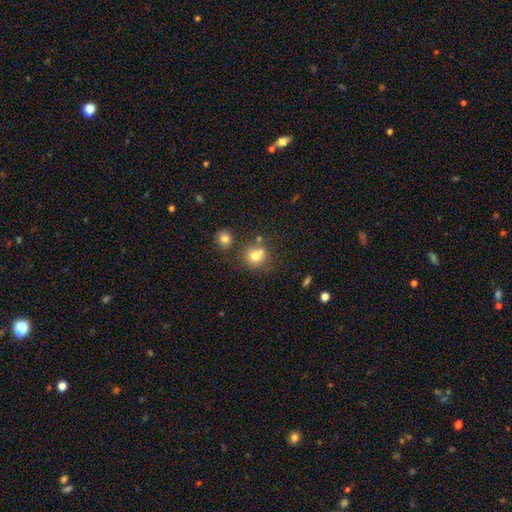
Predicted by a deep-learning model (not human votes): Q: Smooth or featured?
A: smooth (75%); runner-up: star or artifact (13%)
Q: How rounded?
A: round (83%); runner-up: in between (16%)
Q: Merging?
A: none (58%); runner-up: merger (26%)